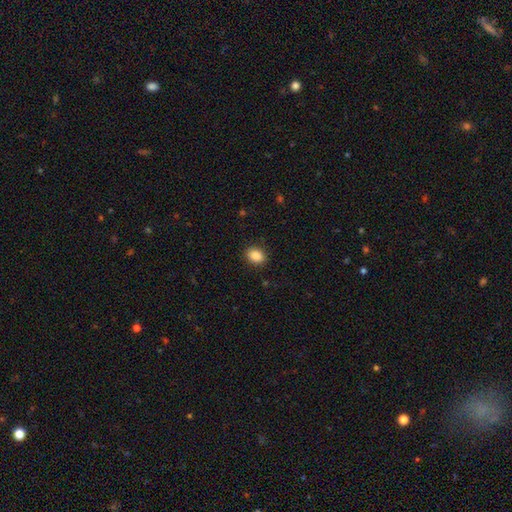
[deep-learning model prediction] The model was most divided on "how rounded": in between: 67%, round: 32%, cigar-shaped: 1%. More confident: smooth or featured — smooth (89%); merging — none (88%).